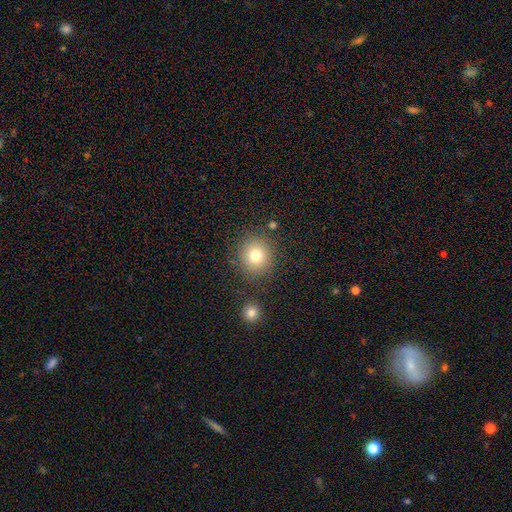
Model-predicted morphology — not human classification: Overall: smooth (77%). How rounded: round (89%). Merging: none (84%).